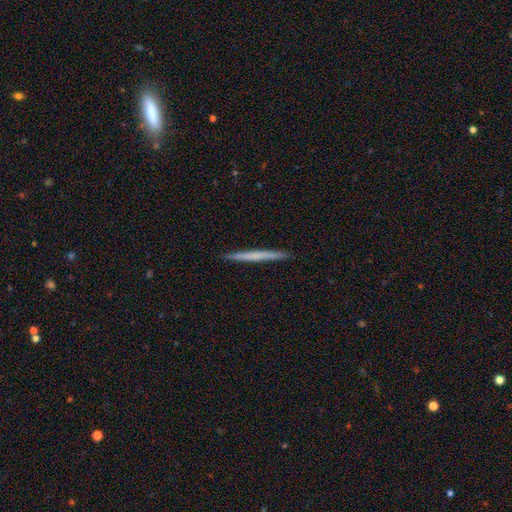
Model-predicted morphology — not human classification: The model was most divided on "smooth or featured": smooth: 52%, featured or disk: 43%, star or artifact: 5%. More confident: how rounded — cigar-shaped (97%); merging — none (92%).